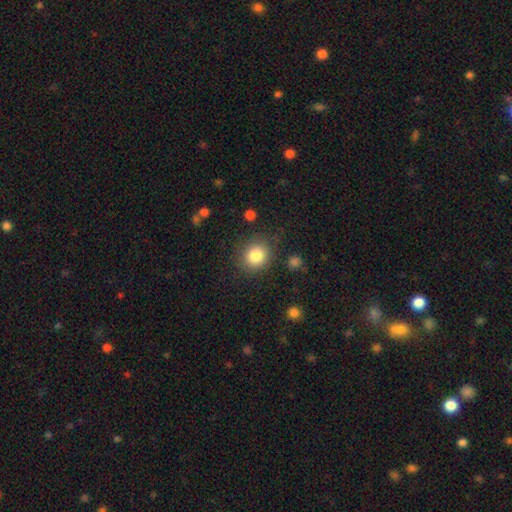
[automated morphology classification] A smooth galaxy with no disk features (83%) that is round (83%).

Vote fractions:
- Smooth or featured? smooth: 83% / star or artifact: 10% / featured or disk: 7%
- How rounded? round: 83% / in between: 17% / cigar-shaped: 1%
- Merging? none: 84% / minor disturbance: 10% / major disturbance: 4% / merger: 2%